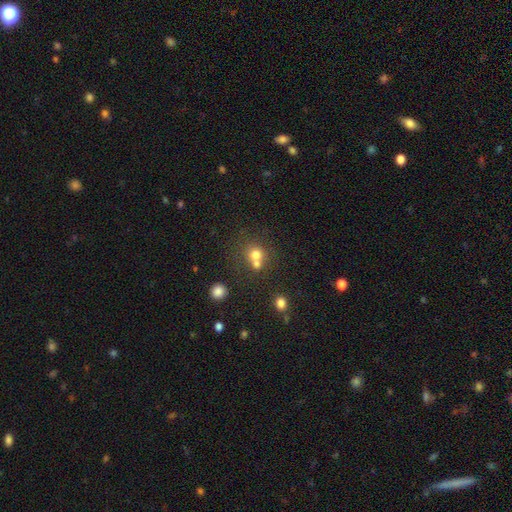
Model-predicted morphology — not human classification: Overall: smooth (71%). How rounded: round (82%). Merging: merger (47%; none 42%).